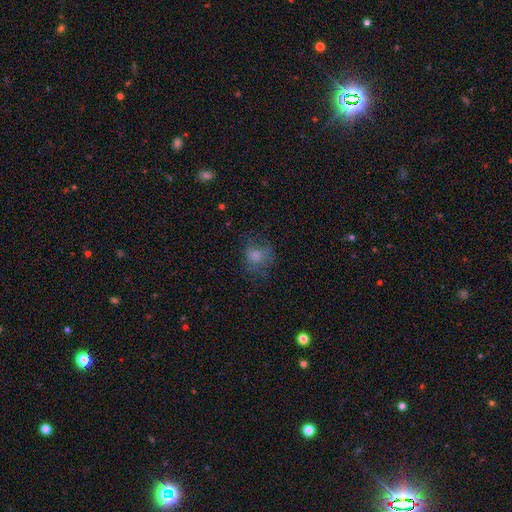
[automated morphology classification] type=smooth (62%); roundness=round (73%); merging=none (62%).